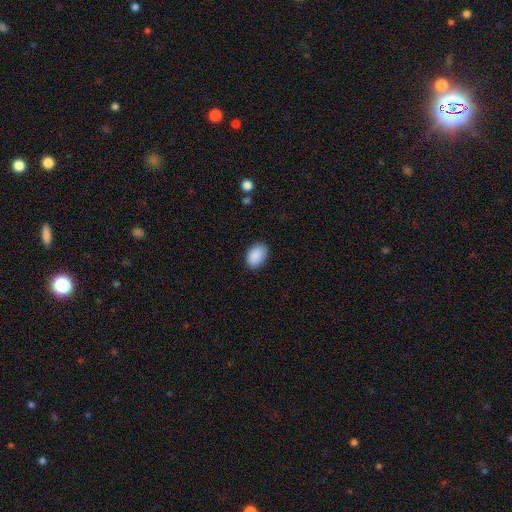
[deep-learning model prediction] The model was most divided on "merging": none: 83%, minor disturbance: 14%, major disturbance: 3%, merger: 1%. More confident: smooth or featured — smooth (90%); how rounded — in between (85%).